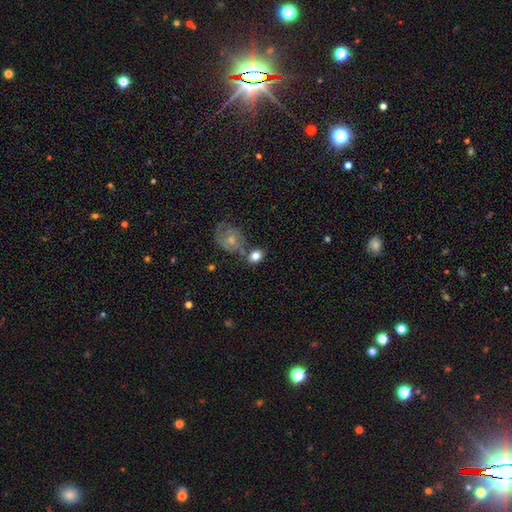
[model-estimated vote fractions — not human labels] smooth_or_featured: smooth (p=0.75) [alt: featured or disk p=0.18]
how_rounded: in between (p=0.54) [alt: round p=0.44]
merging: none (p=0.53) [alt: merger p=0.25]